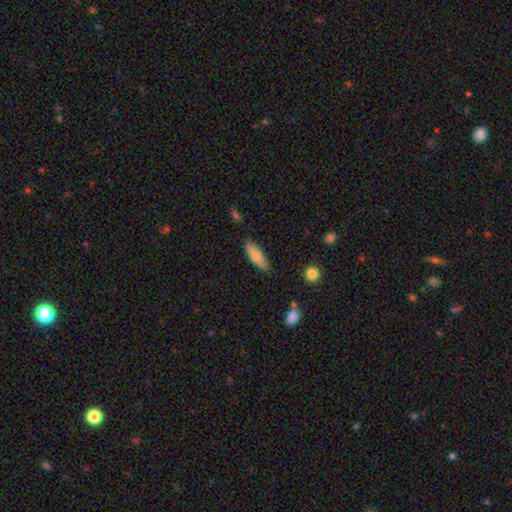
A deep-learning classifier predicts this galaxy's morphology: Smooth or featured? smooth (83%)
How rounded? in between (54%)
Merging? none (82%)